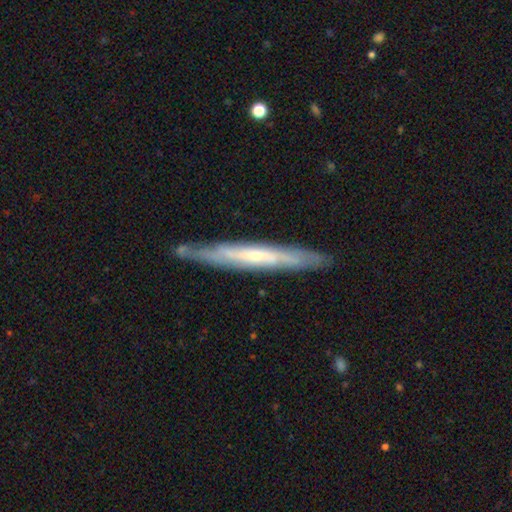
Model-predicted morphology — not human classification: Smooth or featured? Predicted: featured or disk (p=0.68). Edge-on disk? Predicted: yes (p=0.82). Edge-on bulge? Predicted: none (p=0.54). Merging? Predicted: none (p=0.82).